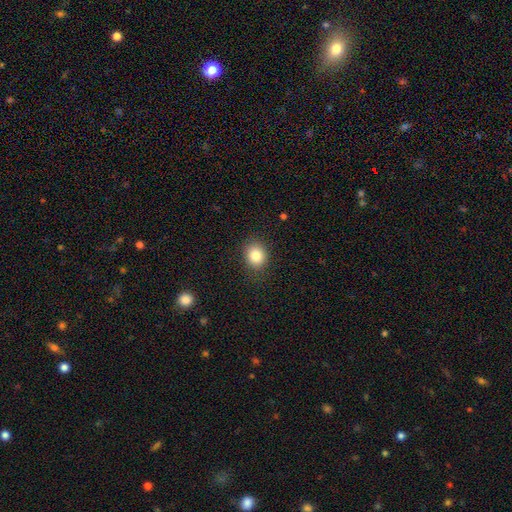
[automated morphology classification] Smooth or featured?
  - smooth: 83% *
  - star or artifact: 10%
  - featured or disk: 7%
How rounded?
  - round: 62% *
  - in between: 37%
  - cigar-shaped: 1%
Merging?
  - none: 86% *
  - minor disturbance: 10%
  - major disturbance: 3%
  - merger: 1%